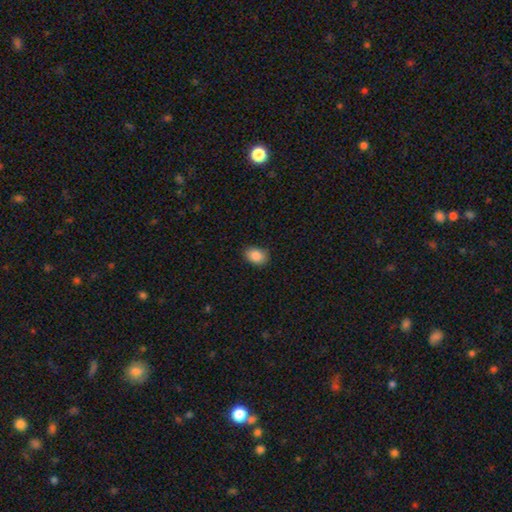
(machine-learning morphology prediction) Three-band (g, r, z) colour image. It shows a smooth galaxy with no disk features (89%) that is in between round and cigar-shaped (80%). Merging: none (86%).